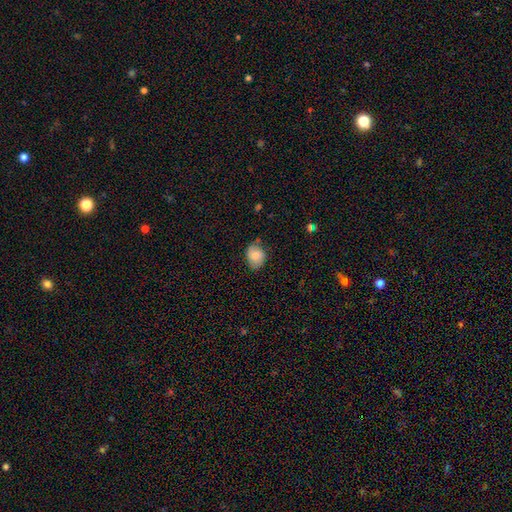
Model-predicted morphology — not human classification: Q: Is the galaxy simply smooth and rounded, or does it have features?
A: smooth — 73%.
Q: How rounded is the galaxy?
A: in between — 58%.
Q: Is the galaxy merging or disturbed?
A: none — 67%.